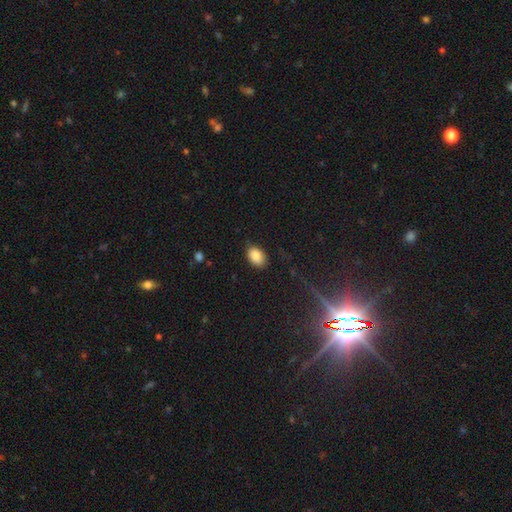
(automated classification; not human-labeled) smooth 86%, star or artifact 8%, featured or disk 5%. Down the decision tree: how rounded — in between (87%); merging — none (79%).